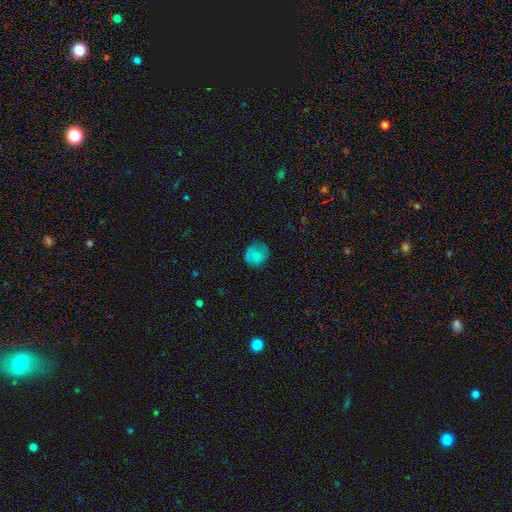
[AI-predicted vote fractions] Smooth or featured: smooth — 71% (featured or disk — 21%)
How rounded: round — 81% (in between — 18%)
Merging: none — 70% (minor disturbance — 21%)